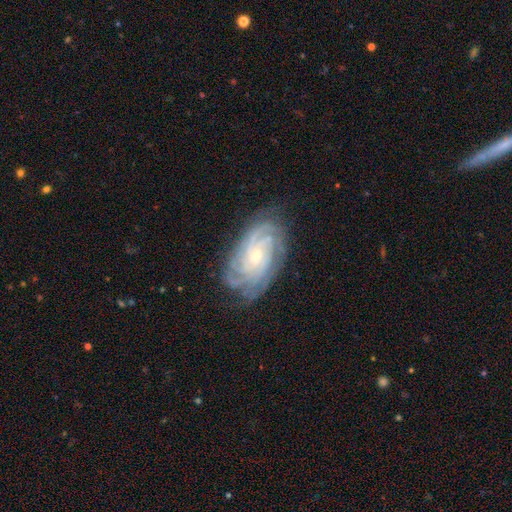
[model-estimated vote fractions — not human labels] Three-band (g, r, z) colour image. It shows a featured or disk galaxy (86%) with no bar (65%), tight (76%) spiral arms (98%) and a small central bulge (55%). Merging: none (77%).